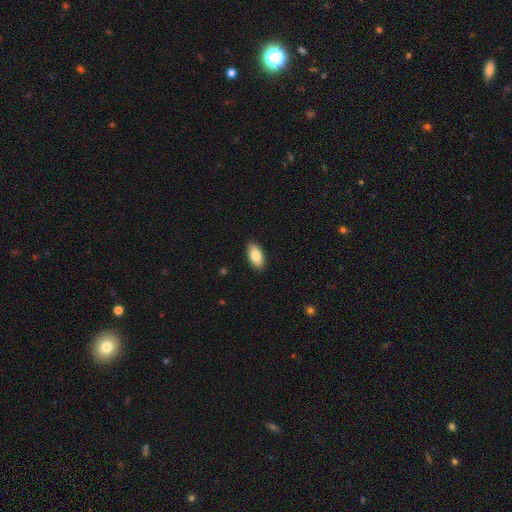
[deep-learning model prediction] The model was most divided on "smooth or featured": smooth: 82%, featured or disk: 11%, star or artifact: 6%. More confident: how rounded — in between (91%); merging — none (90%).